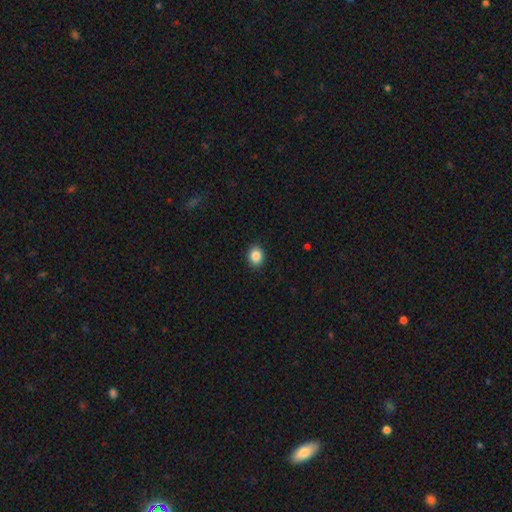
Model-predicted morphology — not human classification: This is clearly a smooth galaxy (87%). How rounded: possibly round (57%). Merging: clearly none (91%).